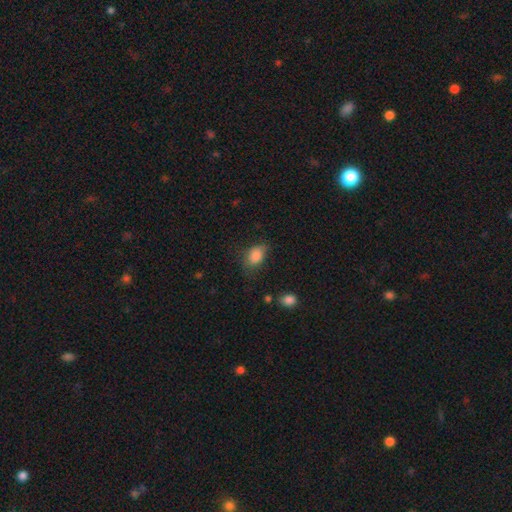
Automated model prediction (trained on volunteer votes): A smooth galaxy with no disk features (85%) that is in between round and cigar-shaped (79%).

Vote fractions:
- Smooth or featured? smooth: 85% / star or artifact: 9% / featured or disk: 7%
- How rounded? in between: 79% / round: 20% / cigar-shaped: 2%
- Merging? none: 58% / minor disturbance: 30% / major disturbance: 10% / merger: 2%